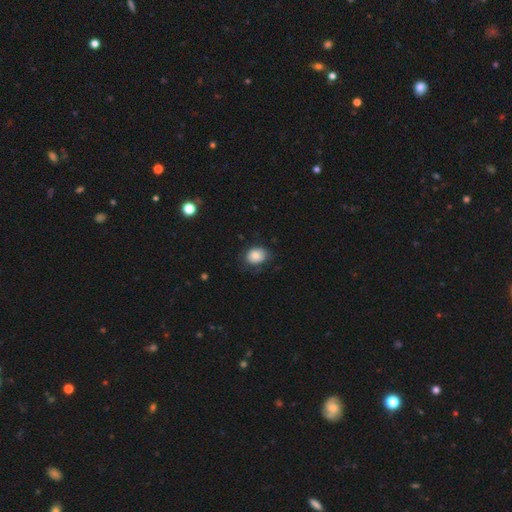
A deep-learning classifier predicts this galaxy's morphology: A smooth galaxy with no disk features (83%) that is in between round and cigar-shaped (52%). Merging: none (70%).